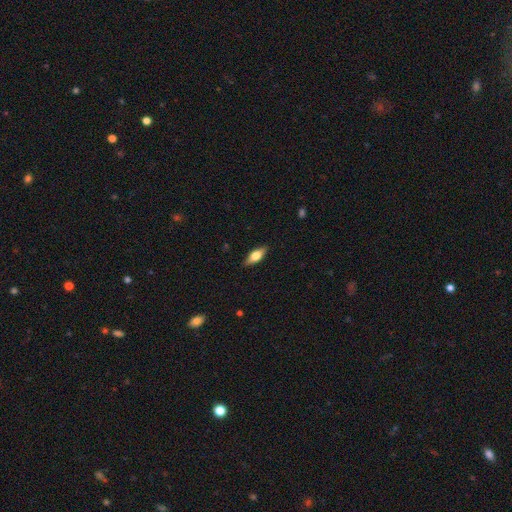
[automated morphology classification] This appears to be a smooth galaxy with no disk features (60%) that is in between round and cigar-shaped (71%). Merging: none (88%).